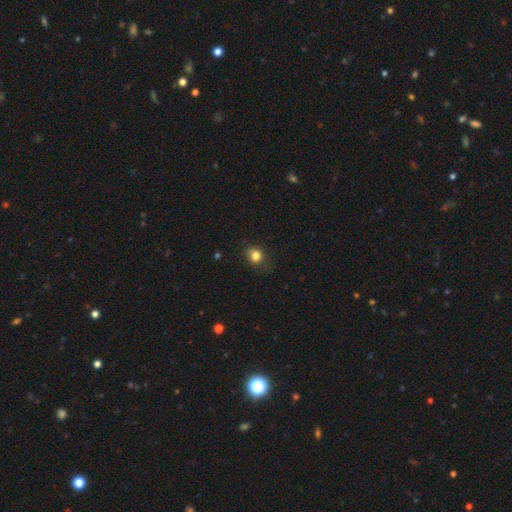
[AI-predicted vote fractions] This is clearly a smooth galaxy (82%). How rounded: likely round (69%). Merging: likely none (77%).